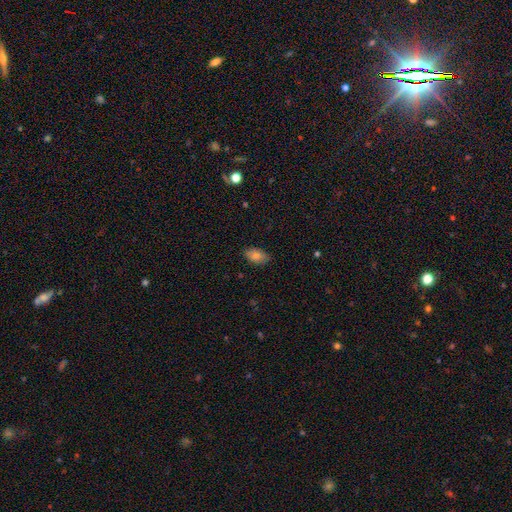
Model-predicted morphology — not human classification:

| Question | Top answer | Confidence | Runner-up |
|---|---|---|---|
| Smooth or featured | smooth | 79% | featured or disk (13%) |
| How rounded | in between | 92% | round (7%) |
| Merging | none | 85% | minor disturbance (12%) |